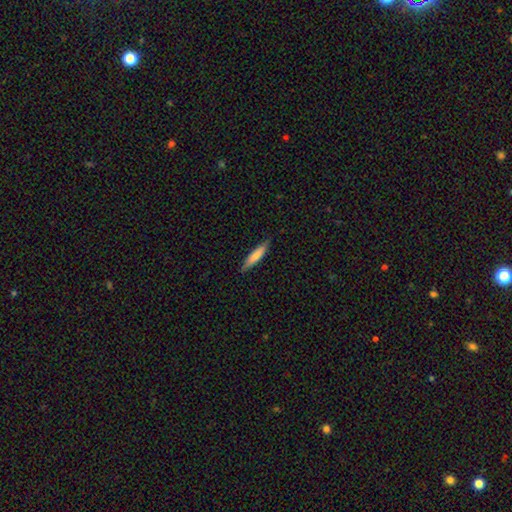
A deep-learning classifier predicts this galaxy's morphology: Overall: smooth (76%). How rounded: cigar-shaped (85%). Merging: none (84%).